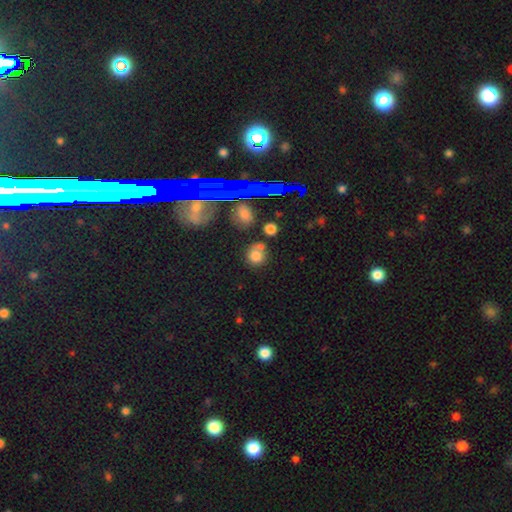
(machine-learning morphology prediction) Q: Smooth or featured?
A: smooth (73%); runner-up: star or artifact (17%)
Q: How rounded?
A: round (80%); runner-up: in between (19%)
Q: Merging?
A: none (56%); runner-up: merger (22%)